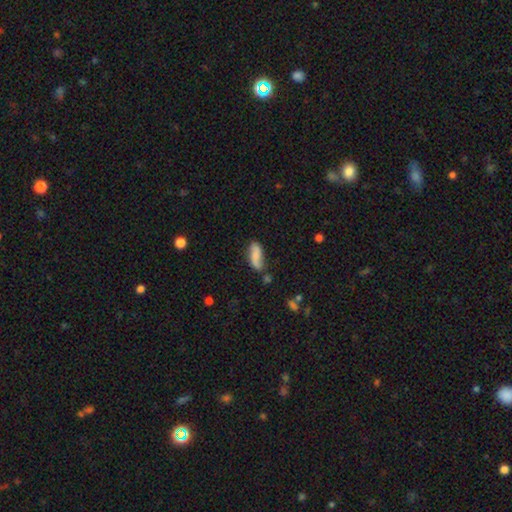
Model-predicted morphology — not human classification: Q: Smooth or featured?
A: smooth (67%); runner-up: featured or disk (25%)
Q: How rounded?
A: in between (75%); runner-up: cigar-shaped (23%)
Q: Merging?
A: none (57%); runner-up: minor disturbance (27%)